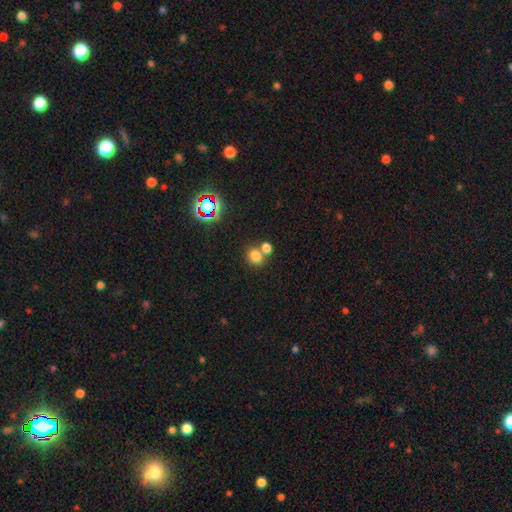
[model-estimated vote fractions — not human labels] smooth 77%, star or artifact 16%, featured or disk 7%. Down the decision tree: how rounded — round (80%); merging — none (54%).